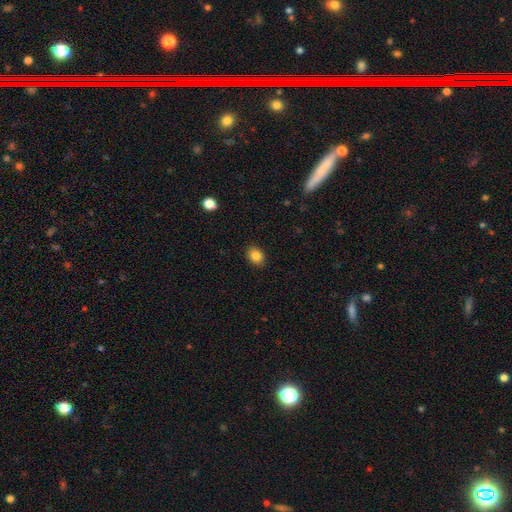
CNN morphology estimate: Smooth or featured?
  - smooth: 85% *
  - star or artifact: 10%
  - featured or disk: 6%
How rounded?
  - in between: 60% *
  - round: 39%
  - cigar-shaped: 1%
Merging?
  - none: 89% *
  - minor disturbance: 8%
  - major disturbance: 2%
  - merger: 1%